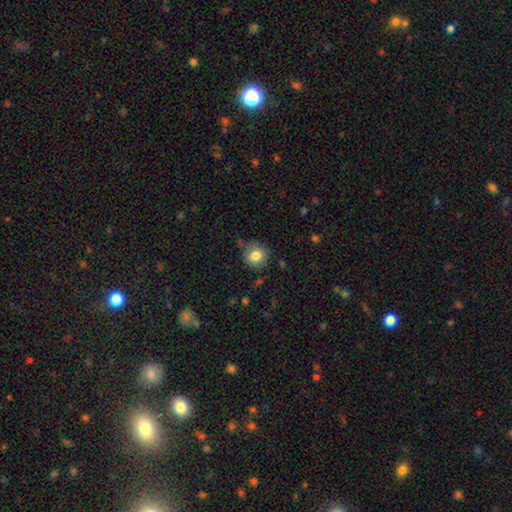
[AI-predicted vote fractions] Smooth or featured: smooth — 82% (star or artifact — 10%)
How rounded: round — 86% (in between — 13%)
Merging: none — 77% (minor disturbance — 16%)